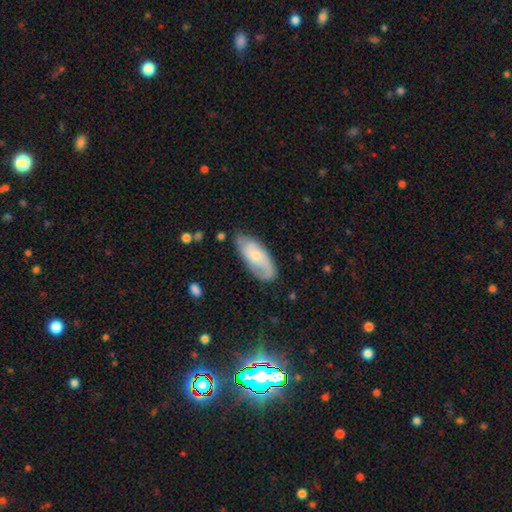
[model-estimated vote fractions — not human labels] Smooth or featured: featured or disk — 53% (smooth — 40%)
Edge-on disk: no — 90% (yes — 10%)
Merging: none — 68% (minor disturbance — 23%)